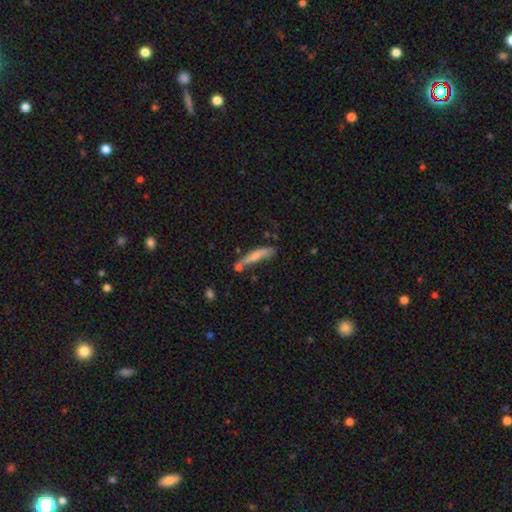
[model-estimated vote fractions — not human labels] smooth_or_featured: smooth (p=0.68) [alt: featured or disk p=0.25]
how_rounded: cigar-shaped (p=0.87) [alt: in between p=0.11]
merging: none (p=0.55) [alt: minor disturbance p=0.23]